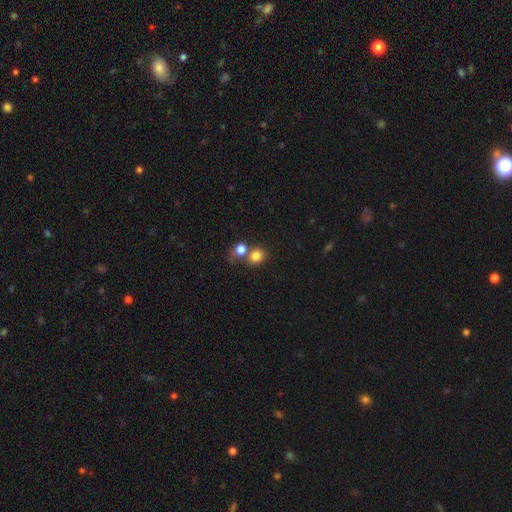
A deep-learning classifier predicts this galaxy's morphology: A smooth galaxy with no disk features (81%) that is round (73%). Merging: none (50%).